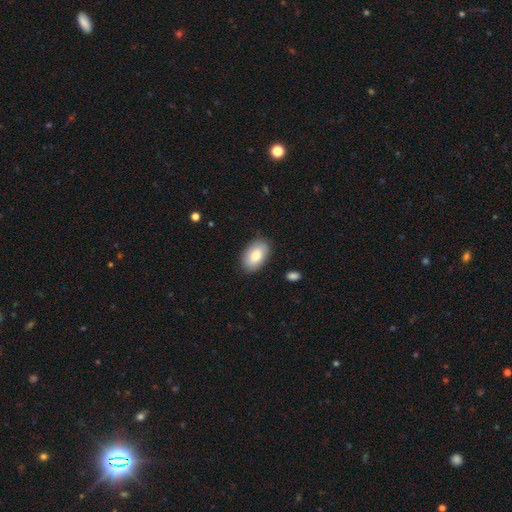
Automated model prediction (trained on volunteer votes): This is clearly a smooth galaxy (81%). How rounded: clearly in between (92%). Merging: clearly none (86%).